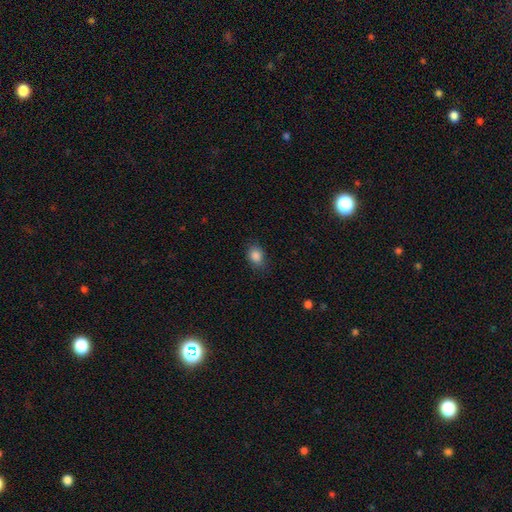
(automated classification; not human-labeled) This appears to be a smooth galaxy with no disk features (86%) that is in between round and cigar-shaped (56%). Merging: none (78%).